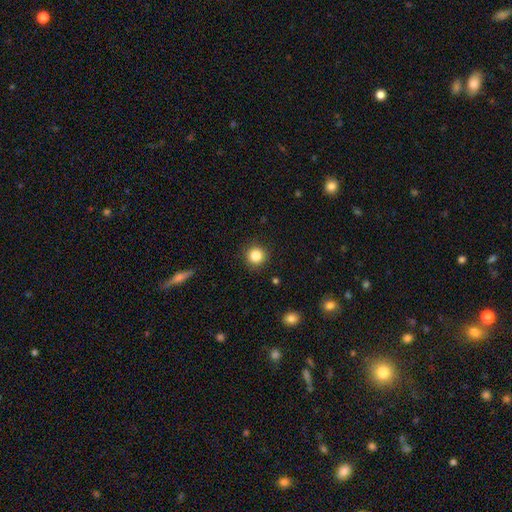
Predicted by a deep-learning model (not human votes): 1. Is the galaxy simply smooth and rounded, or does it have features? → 85% smooth, 11% star or artifact, 5% featured or disk.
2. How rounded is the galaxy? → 94% round, 5% in between, 1% cigar-shaped.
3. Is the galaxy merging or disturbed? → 91% none, 6% minor disturbance, 2% major disturbance, 1% merger.